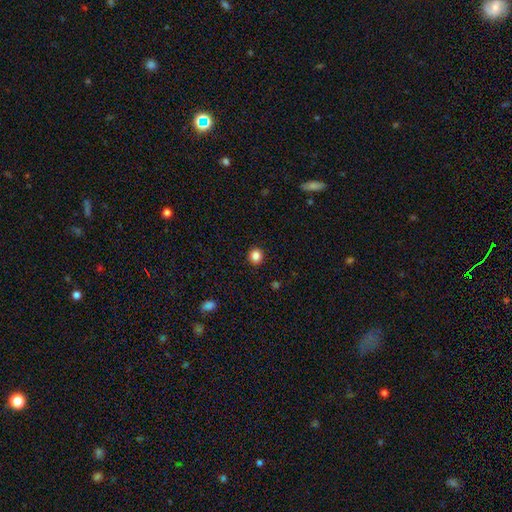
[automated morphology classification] Overall: smooth (86%). How rounded: round (88%). Merging: none (92%).